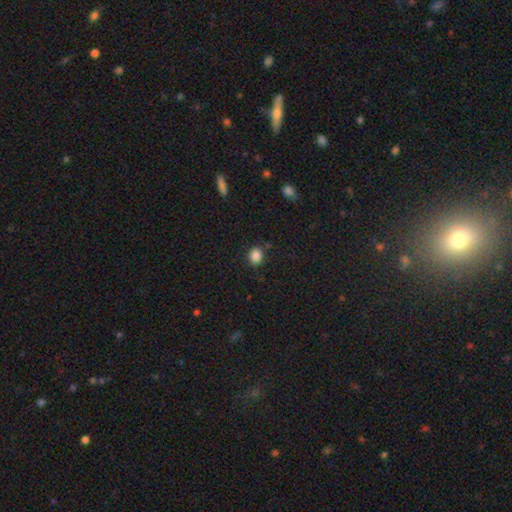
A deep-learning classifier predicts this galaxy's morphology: A smooth galaxy with no disk features (86%) that is in between round and cigar-shaped (50%). Merging: none (83%).